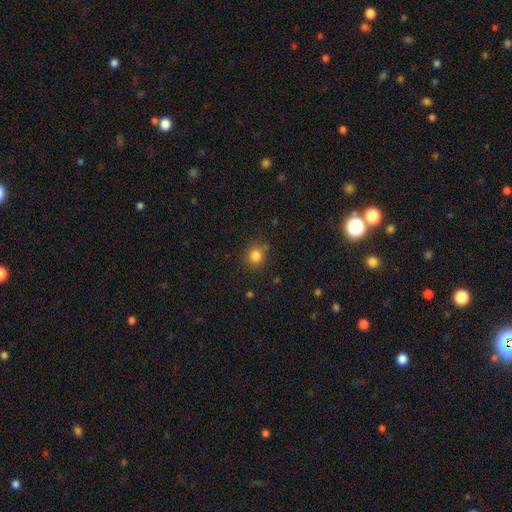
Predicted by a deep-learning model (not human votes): Smooth or featured: smooth — 82% (star or artifact — 12%)
How rounded: round — 82% (in between — 17%)
Merging: none — 79% (minor disturbance — 13%)